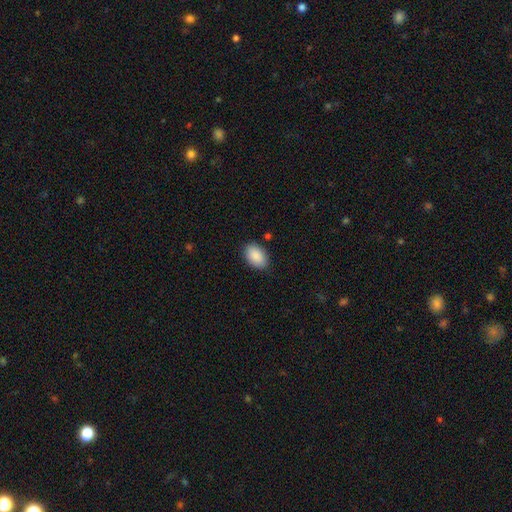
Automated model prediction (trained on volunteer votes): Morphology: type=smooth (90%); roundness=in between (91%); merging=none (86%).